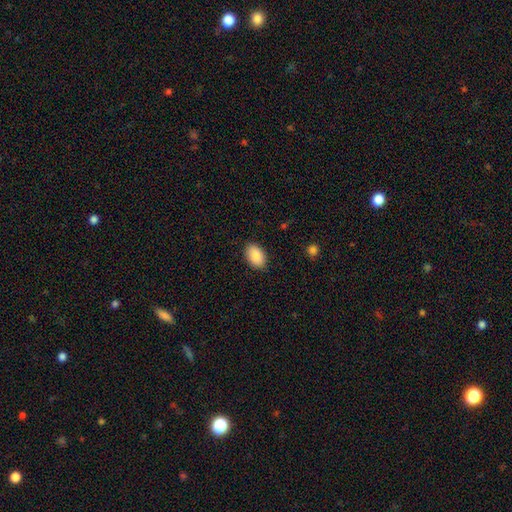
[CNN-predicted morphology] This is clearly a smooth galaxy (89%). How rounded: clearly in between (90%). Merging: clearly none (88%).